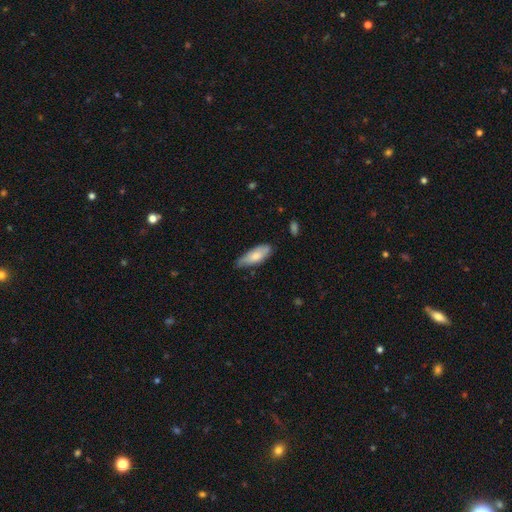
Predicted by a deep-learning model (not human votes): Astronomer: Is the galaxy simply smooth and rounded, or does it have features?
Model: smooth — 75%.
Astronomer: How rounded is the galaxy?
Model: in between — 72%.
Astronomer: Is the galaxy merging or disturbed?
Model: none — 62%.